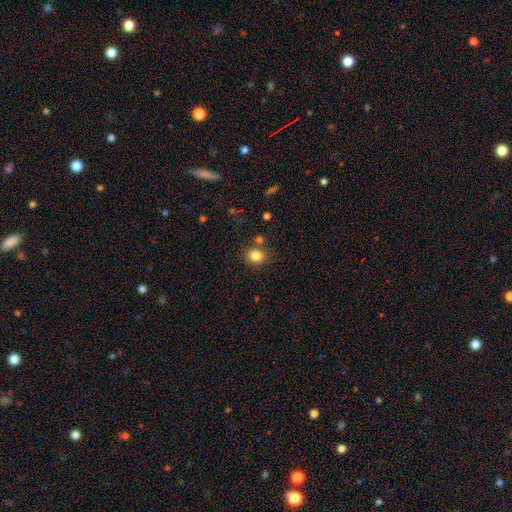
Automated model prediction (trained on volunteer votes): The model was most divided on "how rounded": round: 64%, in between: 36%, cigar-shaped: 1%. More confident: smooth or featured — smooth (83%); merging — none (78%).